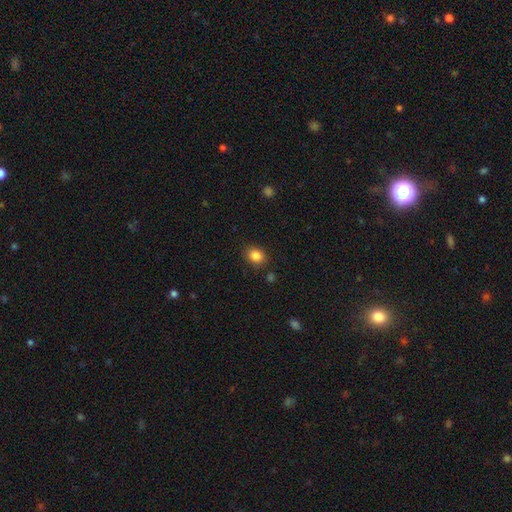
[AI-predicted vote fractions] Smooth or featured: smooth — 85% (star or artifact — 10%)
How rounded: in between — 53% (round — 46%)
Merging: none — 85% (minor disturbance — 10%)